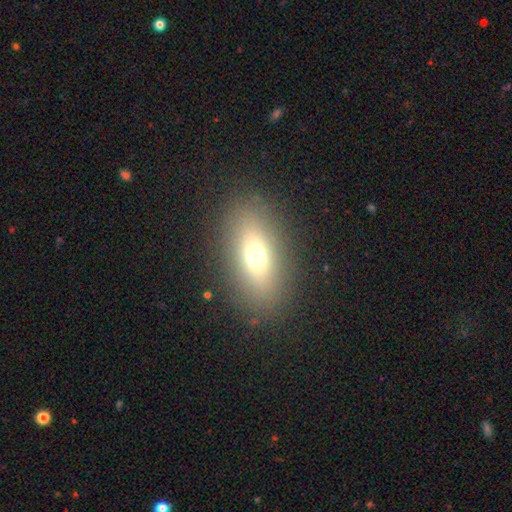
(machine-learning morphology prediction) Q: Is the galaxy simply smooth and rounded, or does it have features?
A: smooth — 68%.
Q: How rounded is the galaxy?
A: in between — 78%.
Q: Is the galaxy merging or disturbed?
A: none — 87%.